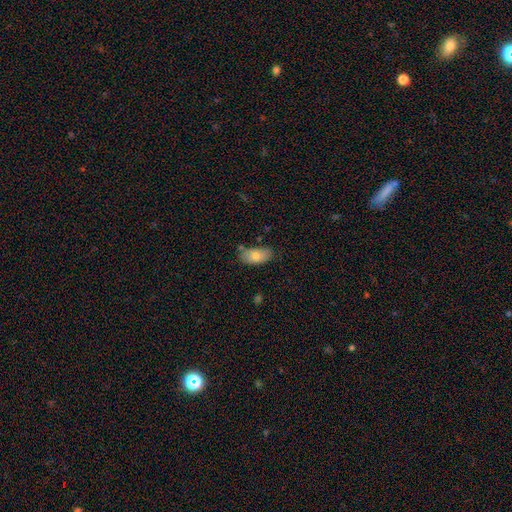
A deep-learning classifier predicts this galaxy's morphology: This is likely a smooth galaxy (79%). How rounded: clearly in between (92%). Merging: likely none (69%).